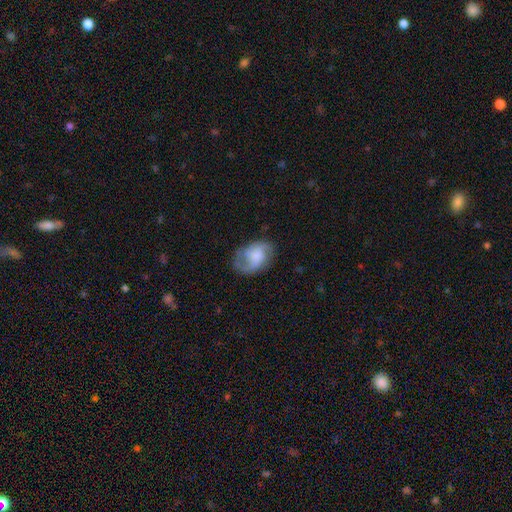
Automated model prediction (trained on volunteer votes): This is possibly a featured or disk galaxy (57%). It is clearly not viewed edge-on (97%). Bar: likely no (62%). Spiral arm pattern: clearly yes (85%). Central bulge: marginally none (31%). Merging: possibly none (59%).